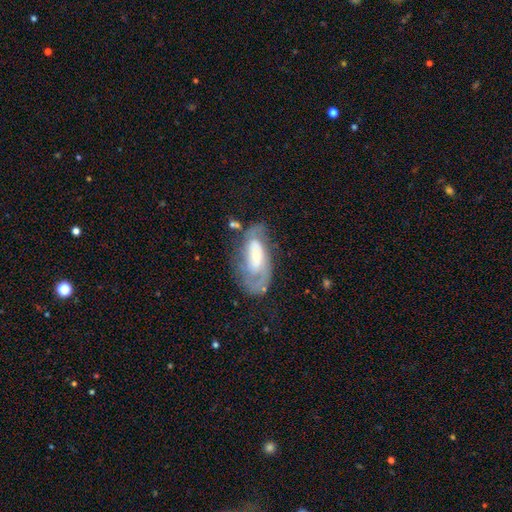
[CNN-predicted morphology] Smooth or featured? Predicted: featured or disk (p=0.73). Edge-on disk? Predicted: no (p=0.93). Bar? Predicted: no (p=0.48). Spiral arms? Predicted: yes (p=0.85). Spiral winding? Predicted: tight (p=0.45). Spiral arm count? Predicted: 2 (p=0.54). Bulge size? Predicted: small (p=0.40). Merging? Predicted: none (p=0.54).